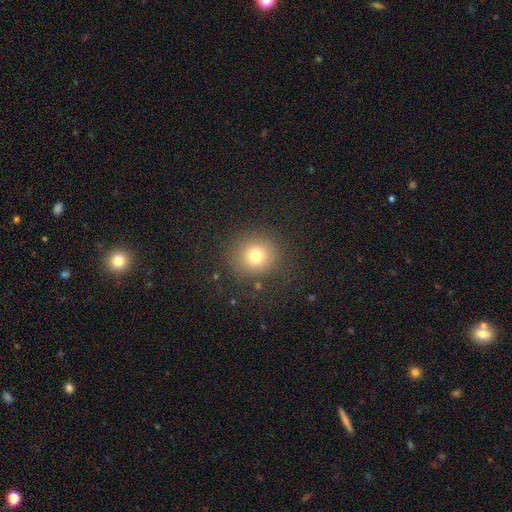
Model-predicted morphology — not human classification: Smooth or featured: smooth — 75% (star or artifact — 15%)
How rounded: round — 90% (in between — 9%)
Merging: none — 85% (minor disturbance — 9%)